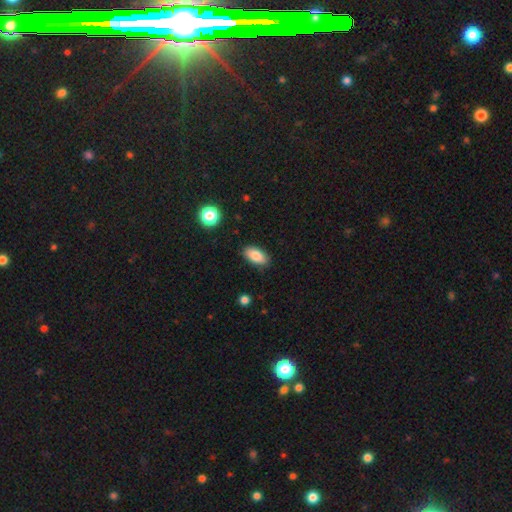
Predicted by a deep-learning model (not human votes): A smooth galaxy with no disk features (84%) that is in between round and cigar-shaped (91%). Merging: none (86%).